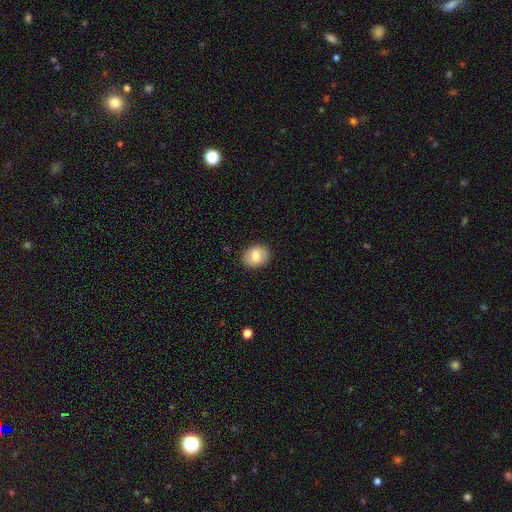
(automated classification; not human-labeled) Q: Smooth or featured?
A: smooth (79%); runner-up: featured or disk (13%)
Q: How rounded?
A: round (57%); runner-up: in between (42%)
Q: Merging?
A: none (89%); runner-up: minor disturbance (8%)